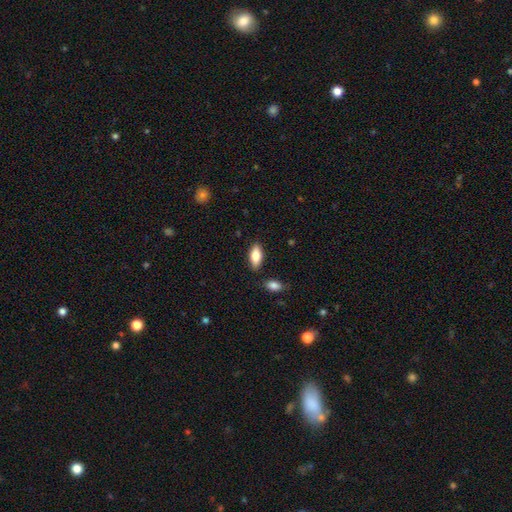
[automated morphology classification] A smooth galaxy with no disk features (81%) that is in between round and cigar-shaped (85%). Merging: none (84%).